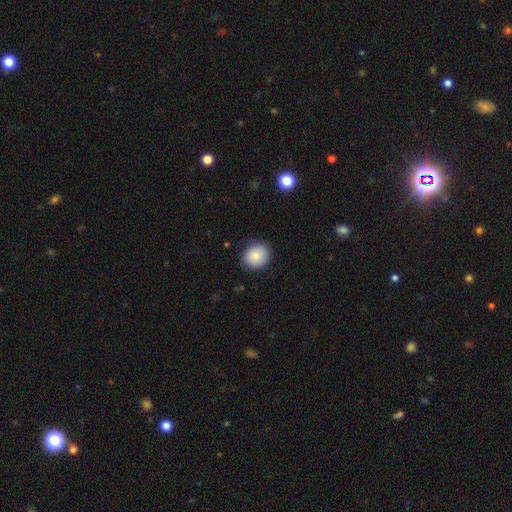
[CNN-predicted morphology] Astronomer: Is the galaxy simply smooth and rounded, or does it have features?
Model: smooth — 86%.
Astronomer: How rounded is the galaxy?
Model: round — 76%.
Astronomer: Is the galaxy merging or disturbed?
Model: none — 85%.